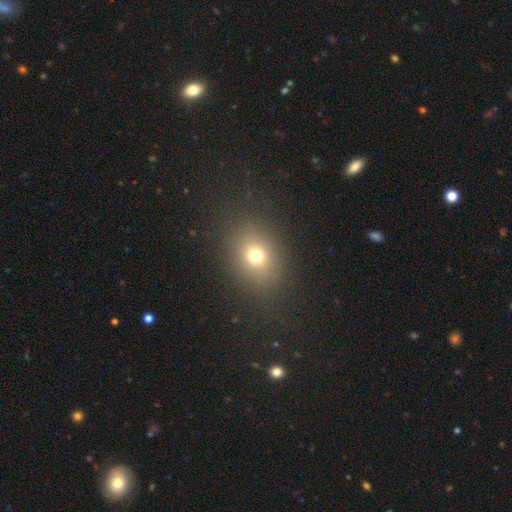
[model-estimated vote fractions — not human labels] Smooth or featured: smooth — 71% (star or artifact — 18%)
How rounded: round — 52% (in between — 47%)
Merging: none — 83% (minor disturbance — 9%)